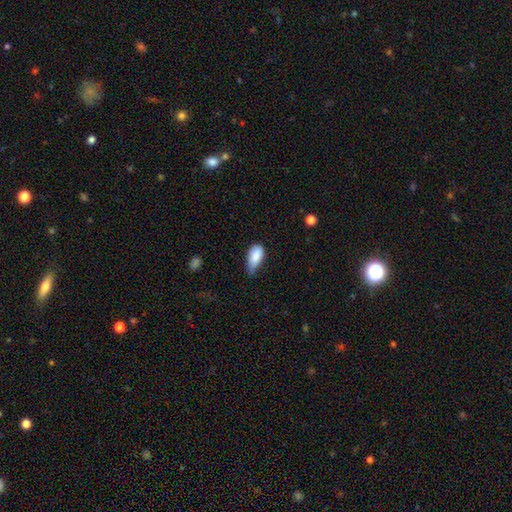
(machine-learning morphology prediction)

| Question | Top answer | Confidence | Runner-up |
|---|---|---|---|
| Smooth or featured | smooth | 85% | featured or disk (8%) |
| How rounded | in between | 89% | cigar-shaped (7%) |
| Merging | minor disturbance | 55% | none (30%) |